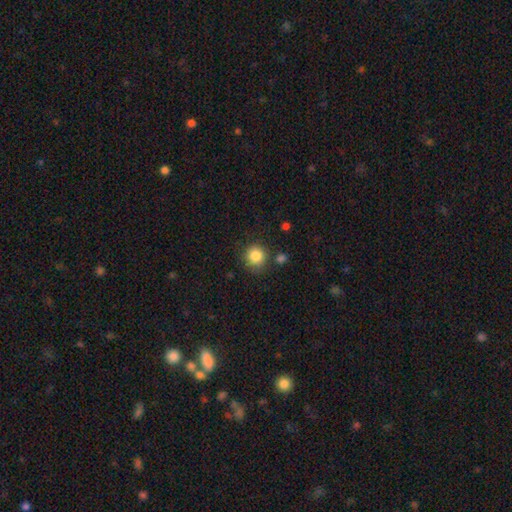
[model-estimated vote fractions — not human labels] Smooth or featured: smooth — 85% (star or artifact — 10%)
How rounded: round — 91% (in between — 8%)
Merging: none — 80% (minor disturbance — 11%)